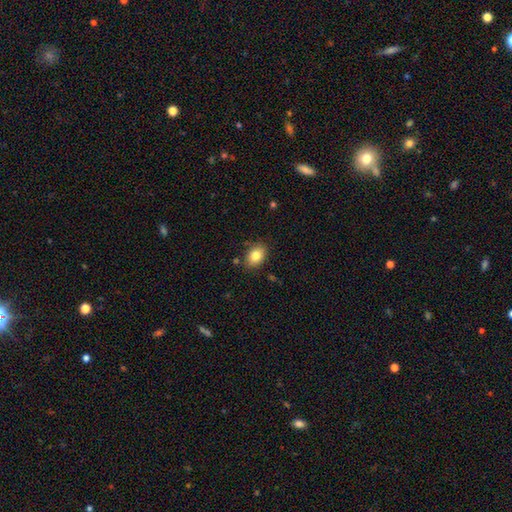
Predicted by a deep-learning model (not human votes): Morphology: type=smooth (82%); roundness=in between (79%); merging=none (85%).